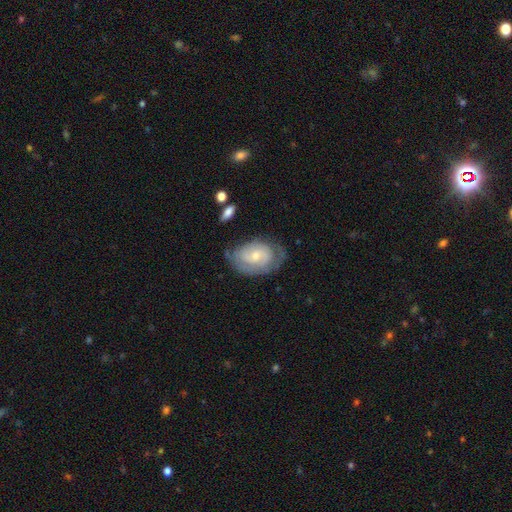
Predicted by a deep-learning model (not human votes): The model was most divided on "spiral arm count": 2: 41%, can't tell: 40%, 1: 8%, 3: 7%, 4: 2%, more than 4: 2%. More confident: edge-on disk — no (96%); spiral arms — yes (81%); smooth or featured — featured or disk (65%); bar — no (64%); merging — none (61%); bulge size — small (59%); spiral winding — tight (59%).